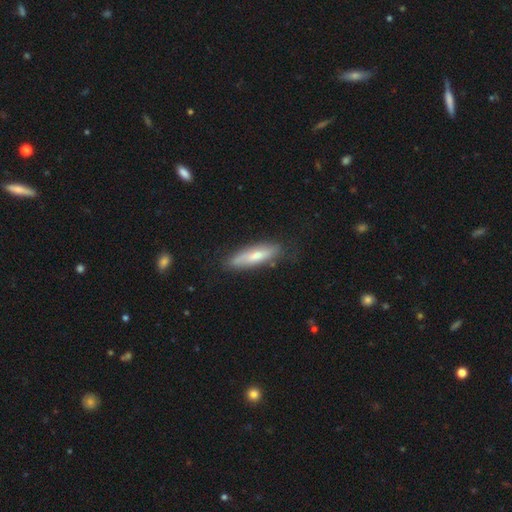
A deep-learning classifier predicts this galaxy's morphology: This is possibly a smooth galaxy (58%). How rounded: likely cigar-shaped (70%). Merging: likely none (76%).